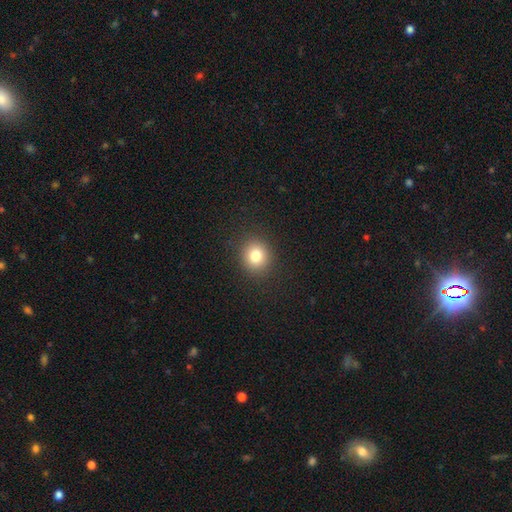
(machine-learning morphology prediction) A smooth galaxy with no disk features (80%) that is round (85%). Merging: none (90%).